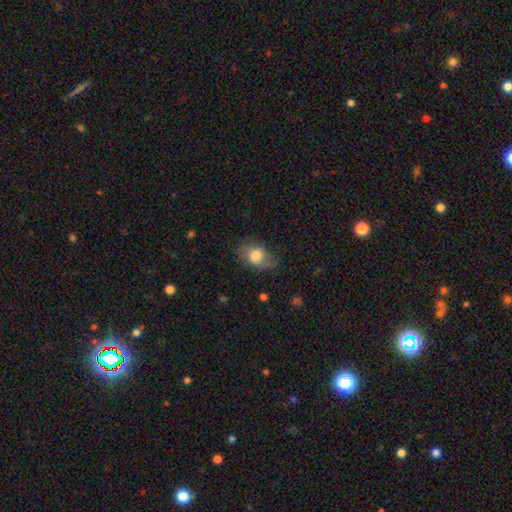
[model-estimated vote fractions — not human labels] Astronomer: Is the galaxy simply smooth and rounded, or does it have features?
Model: smooth — 71%.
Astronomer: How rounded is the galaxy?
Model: in between — 72%.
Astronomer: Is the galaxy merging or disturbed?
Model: none — 55%.